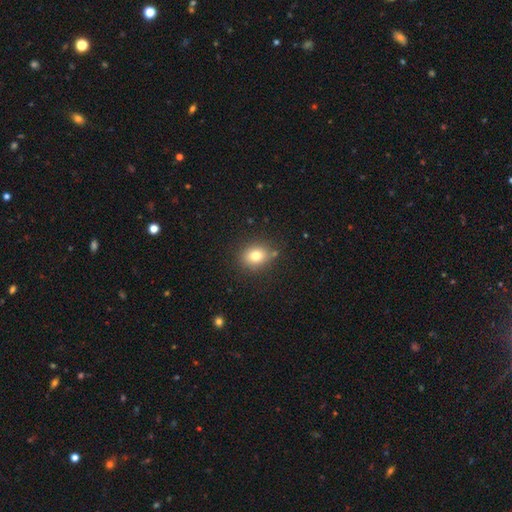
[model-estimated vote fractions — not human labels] Q: Smooth or featured?
A: smooth (79%); runner-up: star or artifact (12%)
Q: How rounded?
A: round (58%); runner-up: in between (40%)
Q: Merging?
A: none (80%); runner-up: minor disturbance (13%)